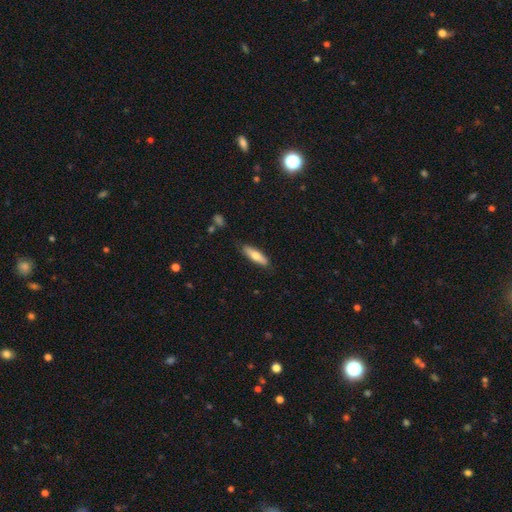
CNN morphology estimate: Smooth or featured: smooth — 65% (featured or disk — 29%)
How rounded: cigar-shaped — 66% (in between — 32%)
Merging: none — 85% (minor disturbance — 11%)